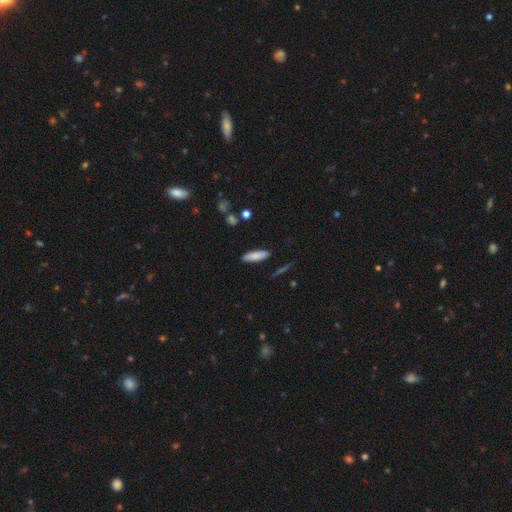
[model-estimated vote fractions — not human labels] A smooth galaxy with no disk features (82%) that is cigar-shaped (50%). Merging: none (87%).